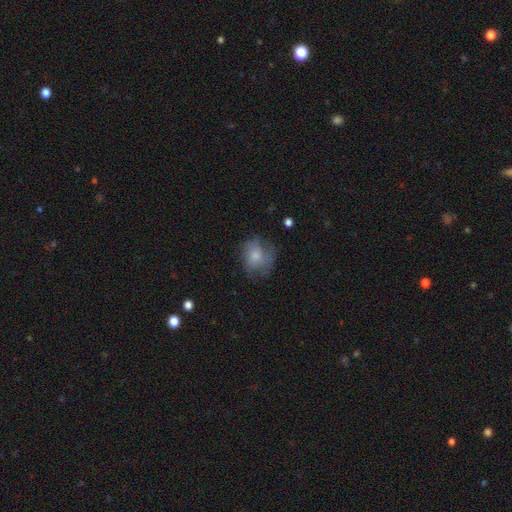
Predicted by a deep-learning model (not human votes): A smooth galaxy with no disk features (66%) that is round (68%). Merging: none (55%).